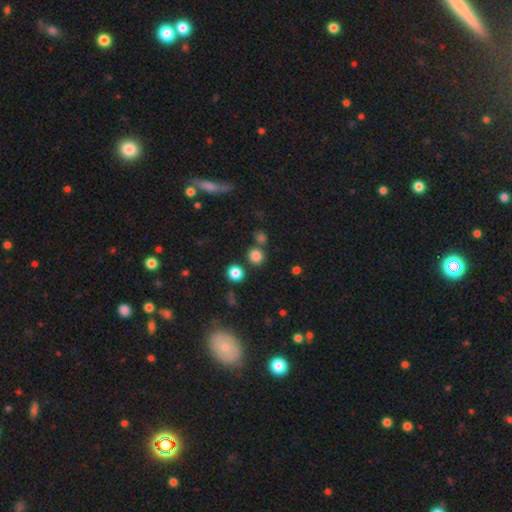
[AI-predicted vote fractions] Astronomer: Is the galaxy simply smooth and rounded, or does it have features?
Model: smooth — 80%.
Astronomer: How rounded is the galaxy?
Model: round — 90%.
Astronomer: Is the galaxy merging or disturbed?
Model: none — 76%.